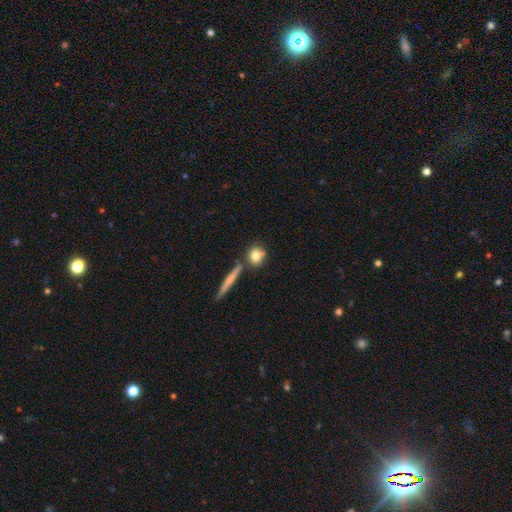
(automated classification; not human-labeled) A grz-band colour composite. It shows a smooth galaxy with no disk features (78%) that is round (74%). Merging: none (69%).